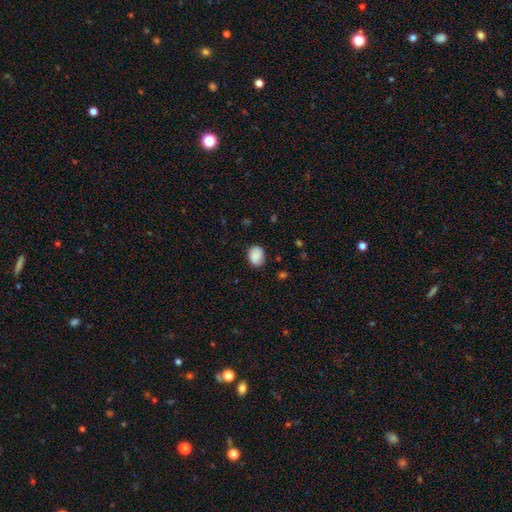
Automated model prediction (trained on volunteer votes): A smooth galaxy with no disk features (85%) that is in between round and cigar-shaped (50%).

Vote fractions:
- Smooth or featured? smooth: 85% / star or artifact: 8% / featured or disk: 7%
- How rounded? in between: 50% / round: 49% / cigar-shaped: 1%
- Merging? none: 80% / minor disturbance: 15% / major disturbance: 3% / merger: 1%